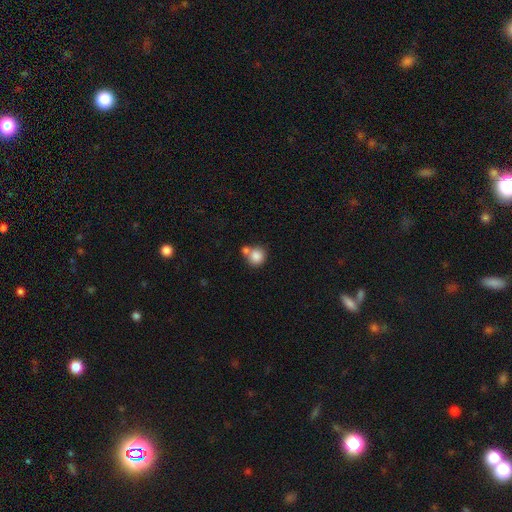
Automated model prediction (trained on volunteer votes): Smooth or featured? smooth (84%)
How rounded? round (87%)
Merging? none (51%)